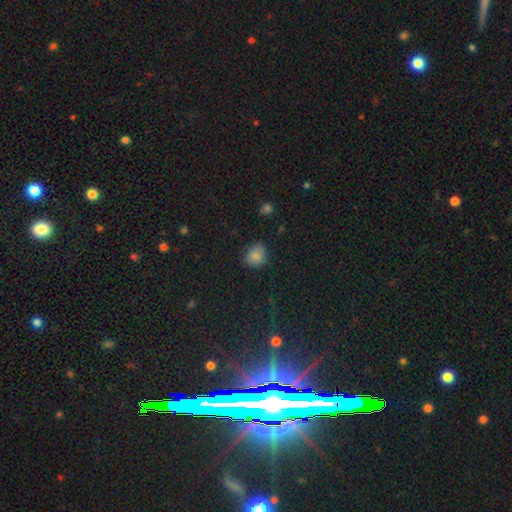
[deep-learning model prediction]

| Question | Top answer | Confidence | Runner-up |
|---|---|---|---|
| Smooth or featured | smooth | 83% | star or artifact (12%) |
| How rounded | round | 63% | in between (36%) |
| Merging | none | 74% | minor disturbance (20%) |